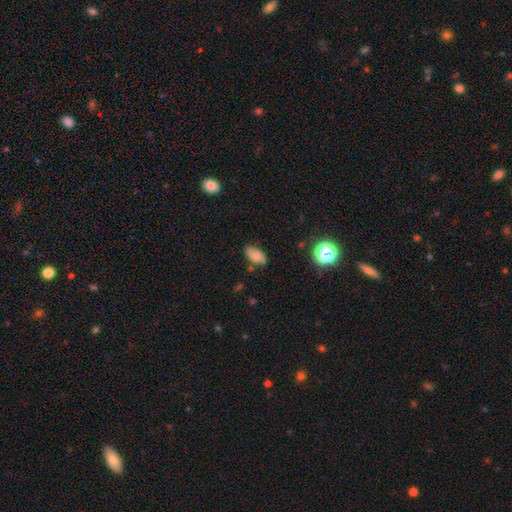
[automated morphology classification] Smooth or featured?
  - smooth: 64% *
  - featured or disk: 24%
  - star or artifact: 12%
How rounded?
  - in between: 90% *
  - round: 6%
  - cigar-shaped: 4%
Merging?
  - none: 67% *
  - minor disturbance: 25%
  - major disturbance: 6%
  - merger: 3%